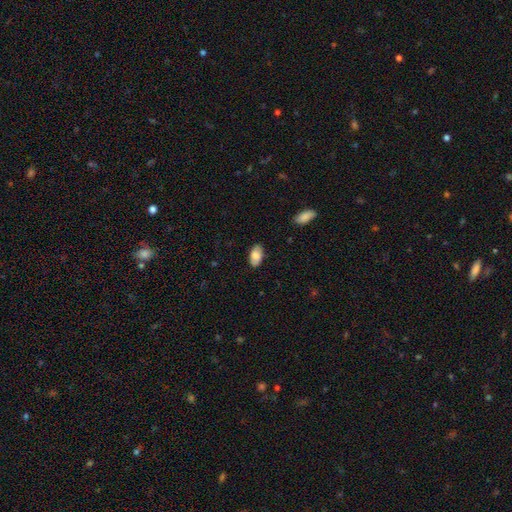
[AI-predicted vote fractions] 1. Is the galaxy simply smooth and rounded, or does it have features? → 78% smooth, 15% featured or disk, 7% star or artifact.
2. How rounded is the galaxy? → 94% in between, 3% round, 3% cigar-shaped.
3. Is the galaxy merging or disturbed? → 83% none, 13% minor disturbance, 2% major disturbance, 1% merger.